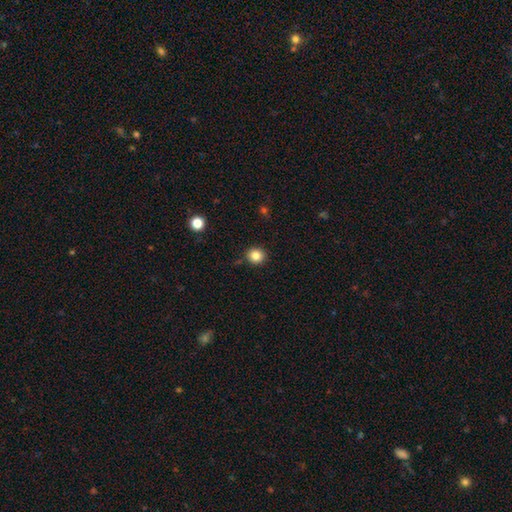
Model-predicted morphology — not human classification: Smooth or featured? Predicted: smooth (p=0.84). How rounded? Predicted: round (p=0.87). Merging? Predicted: none (p=0.89).